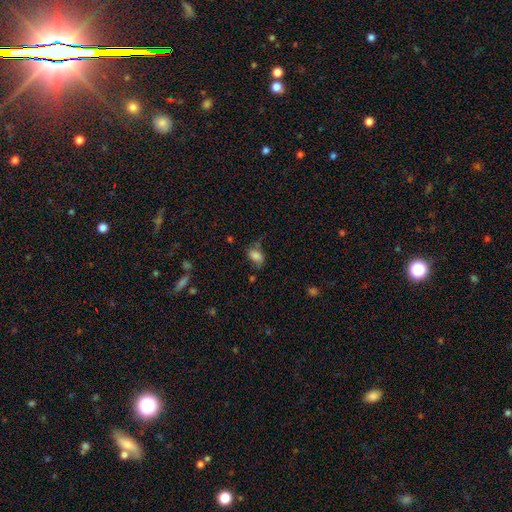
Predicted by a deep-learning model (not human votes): smooth_or_featured: smooth (p=0.71) [alt: featured or disk p=0.18]
how_rounded: in between (p=0.85) [alt: round p=0.13]
merging: none (p=0.46) [alt: minor disturbance p=0.31]